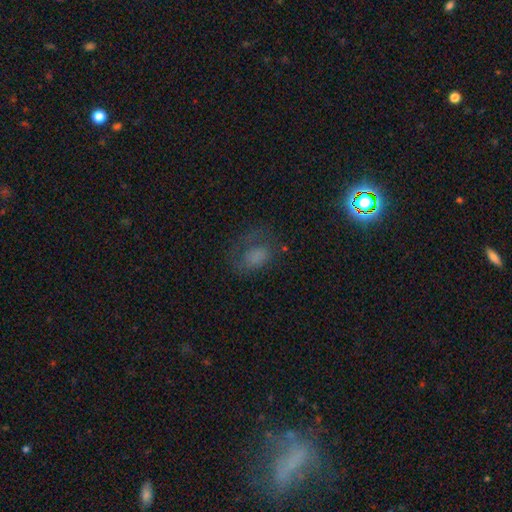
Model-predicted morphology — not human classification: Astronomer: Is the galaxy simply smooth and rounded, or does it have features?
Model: smooth — 52% (runner-up: featured or disk, 29%).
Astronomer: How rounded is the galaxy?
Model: in between — 66%.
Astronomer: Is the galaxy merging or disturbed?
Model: none — 47% (runner-up: major disturbance, 28%).